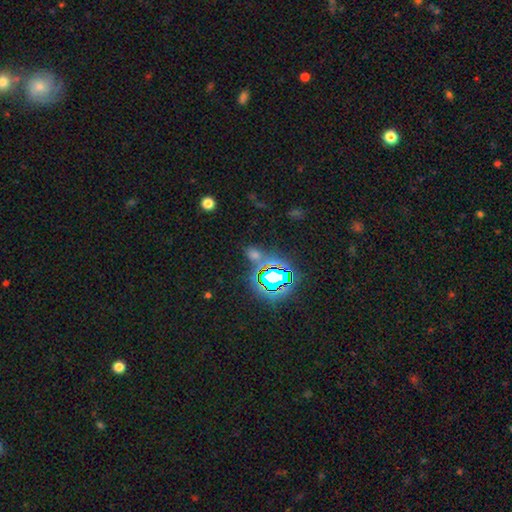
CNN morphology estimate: Smooth or featured? star or artifact (58%)